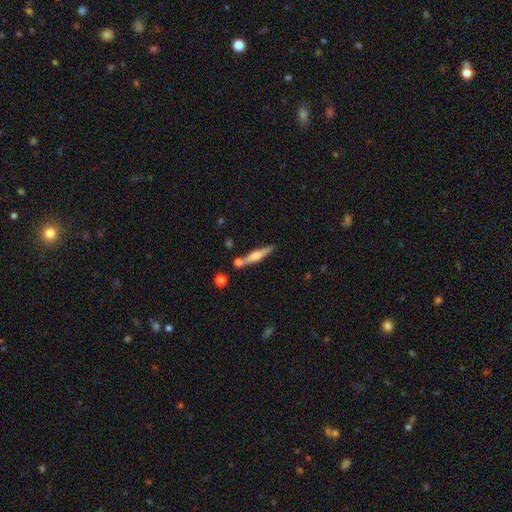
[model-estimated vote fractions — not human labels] Q: Smooth or featured?
A: featured or disk (58%); runner-up: smooth (36%)
Q: Edge-on disk?
A: yes (97%); runner-up: no (3%)
Q: Edge-on bulge?
A: rounded (74%); runner-up: boxy (18%)
Q: Merging?
A: none (74%); runner-up: merger (12%)